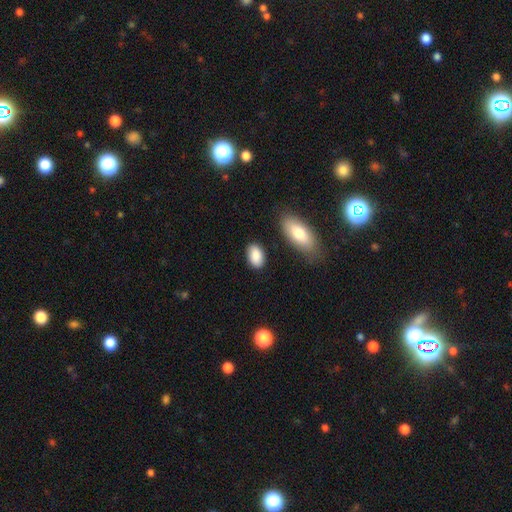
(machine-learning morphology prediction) A smooth galaxy with no disk features (88%) that is in between round and cigar-shaped (90%). Merging: none (82%).